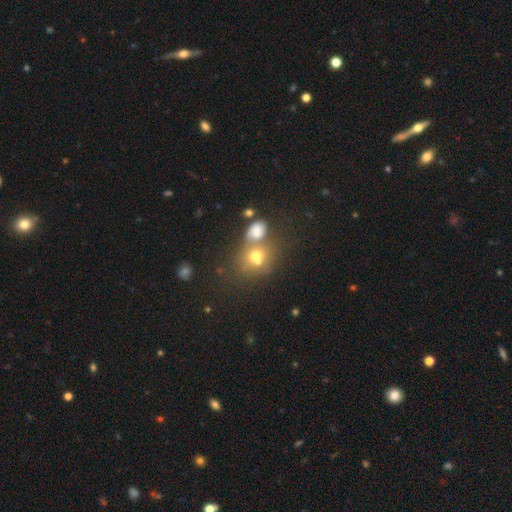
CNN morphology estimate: Q: Smooth or featured?
A: smooth (62%); runner-up: featured or disk (20%)
Q: How rounded?
A: round (63%); runner-up: in between (35%)
Q: Merging?
A: merger (55%); runner-up: none (31%)